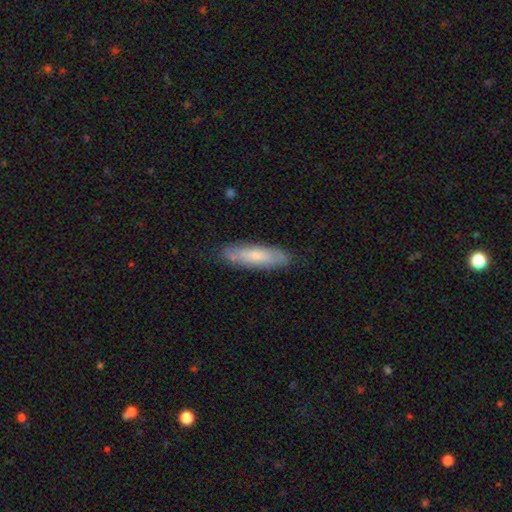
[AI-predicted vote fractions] Smooth or featured? smooth (67%)
How rounded? cigar-shaped (62%)
Merging? none (80%)